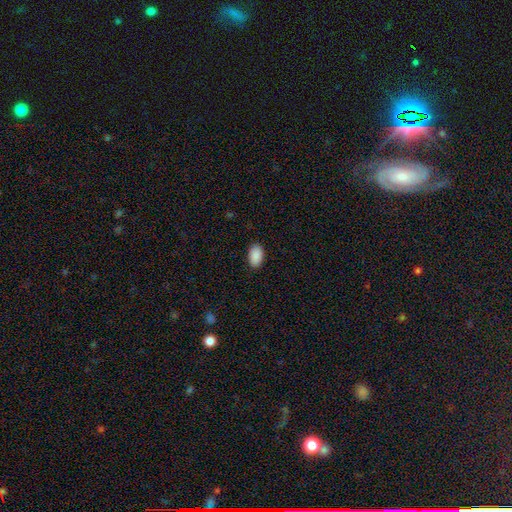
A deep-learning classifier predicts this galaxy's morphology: This appears to be a smooth galaxy with no disk features (91%) that is in between round and cigar-shaped (93%). Merging: none (89%).